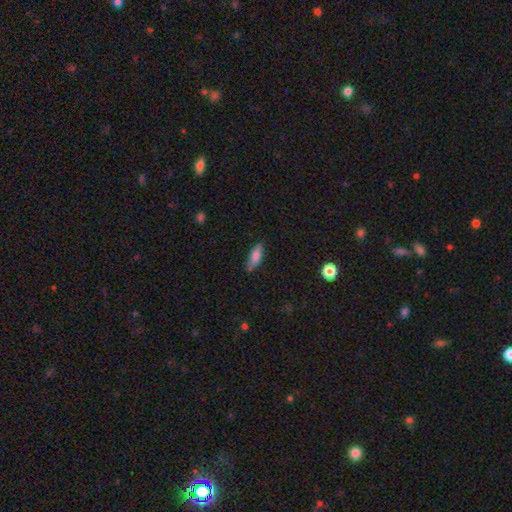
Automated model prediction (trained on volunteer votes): A smooth galaxy with no disk features (78%) that is in between round and cigar-shaped (63%). Merging: none (72%).